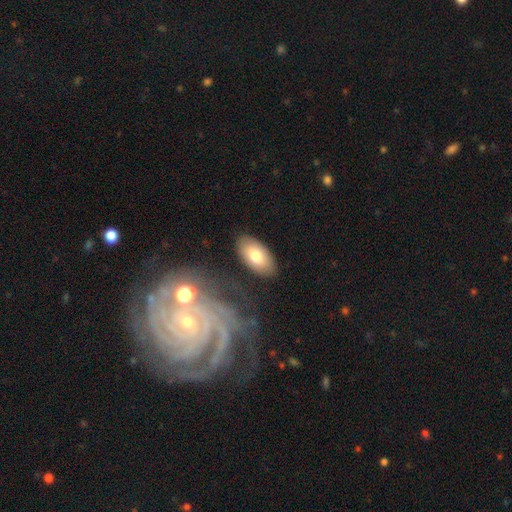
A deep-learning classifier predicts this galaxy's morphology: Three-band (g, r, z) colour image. It shows a smooth galaxy with no disk features (74%) that is in between round and cigar-shaped (94%). Merging: none (83%).